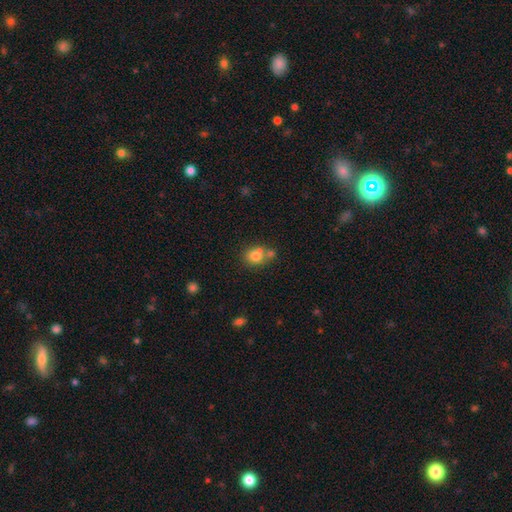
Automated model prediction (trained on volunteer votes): Smooth or featured: smooth — 78% (featured or disk — 11%)
How rounded: round — 70% (in between — 29%)
Merging: none — 51% (merger — 33%)